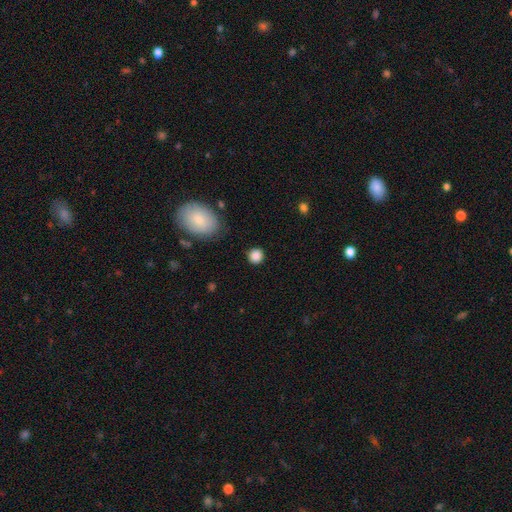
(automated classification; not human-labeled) Smooth or featured? smooth (87%)
How rounded? round (89%)
Merging? none (87%)